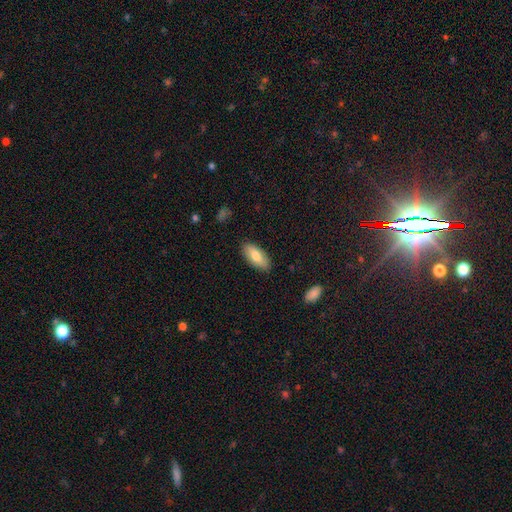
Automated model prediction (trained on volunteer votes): Overall: smooth (78%). How rounded: in between (87%). Merging: none (87%).